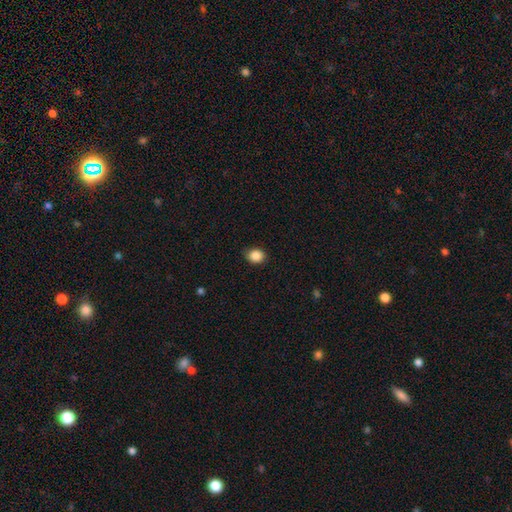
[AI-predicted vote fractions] Smooth or featured: smooth — 87% (star or artifact — 9%)
How rounded: round — 59% (in between — 40%)
Merging: none — 84% (minor disturbance — 12%)